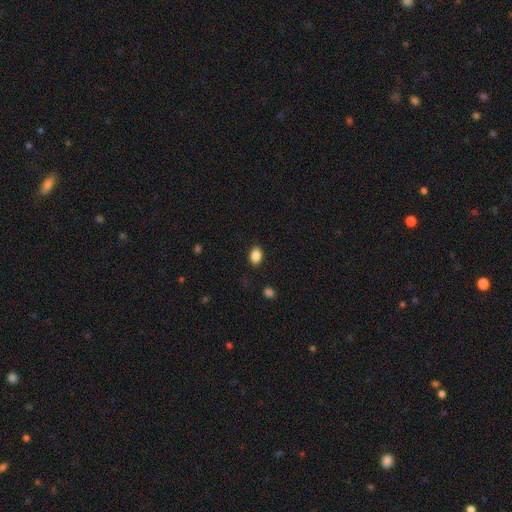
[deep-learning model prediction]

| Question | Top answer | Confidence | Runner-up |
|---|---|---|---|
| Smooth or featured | smooth | 87% | star or artifact (9%) |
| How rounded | in between | 83% | round (15%) |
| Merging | none | 87% | minor disturbance (10%) |